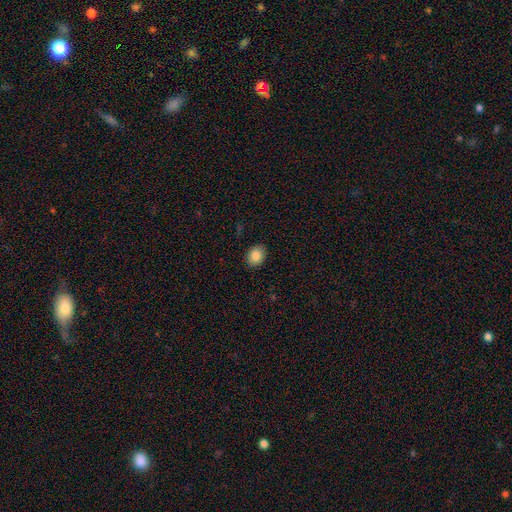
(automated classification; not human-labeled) This is clearly a smooth galaxy (85%). How rounded: possibly in between (57%). Merging: clearly none (89%).